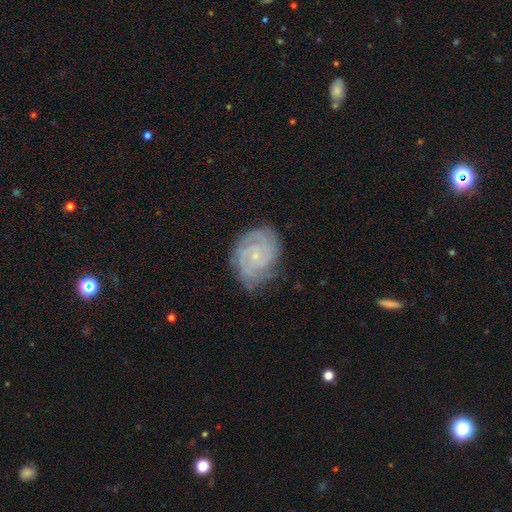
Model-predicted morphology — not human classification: smooth_or_featured: featured or disk (p=0.82) [alt: smooth p=0.11]
disk_edge_on: no (p=0.98) [alt: yes p=0.02]
bar: no (p=0.74) [alt: weak p=0.22]
has_spiral_arms: yes (p=0.96) [alt: no p=0.04]
spiral_winding: tight (p=0.74) [alt: medium p=0.22]
spiral_arm_count: can't tell (p=0.30) [alt: 3 p=0.21]
bulge_size: small (p=0.82) [alt: moderate p=0.12]
merging: none (p=0.73) [alt: minor disturbance p=0.20]